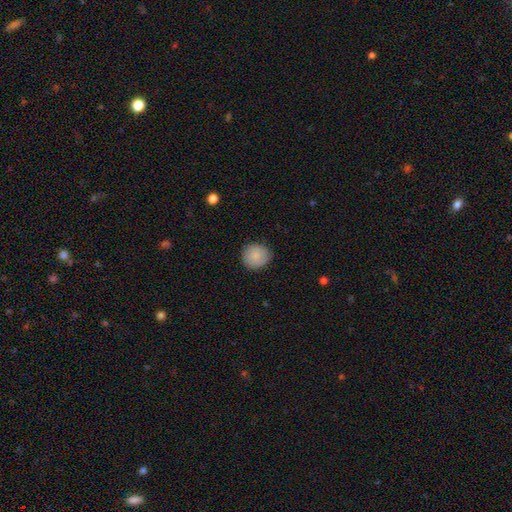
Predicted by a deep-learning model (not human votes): Smooth or featured: smooth — 84% (featured or disk — 9%)
How rounded: round — 88% (in between — 11%)
Merging: none — 85% (minor disturbance — 11%)